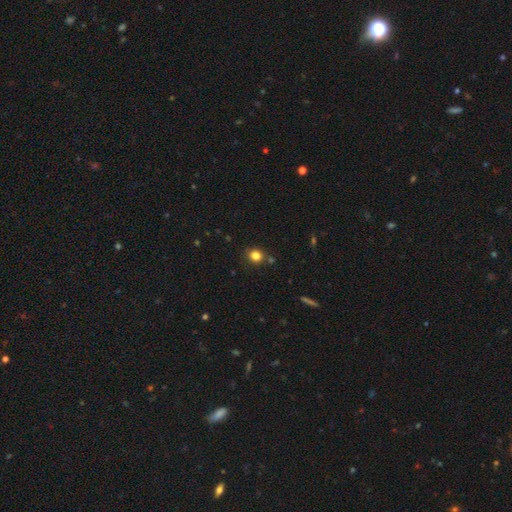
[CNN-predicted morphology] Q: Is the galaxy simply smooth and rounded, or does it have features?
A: smooth — 81%.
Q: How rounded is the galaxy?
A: round — 85%.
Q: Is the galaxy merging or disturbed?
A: none — 82%.